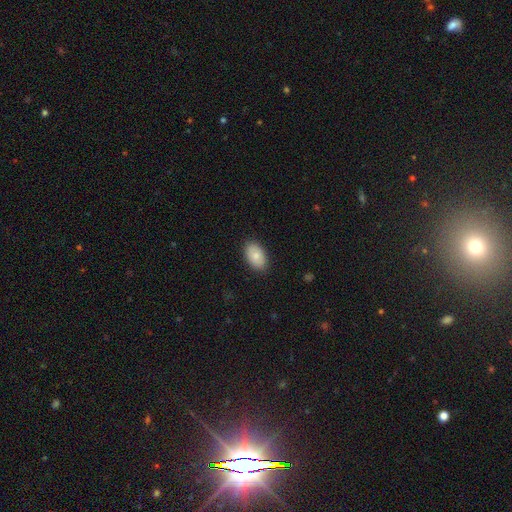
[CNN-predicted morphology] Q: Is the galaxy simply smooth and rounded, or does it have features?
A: smooth — 83%.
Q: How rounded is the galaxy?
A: in between — 93%.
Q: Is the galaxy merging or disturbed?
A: none — 88%.